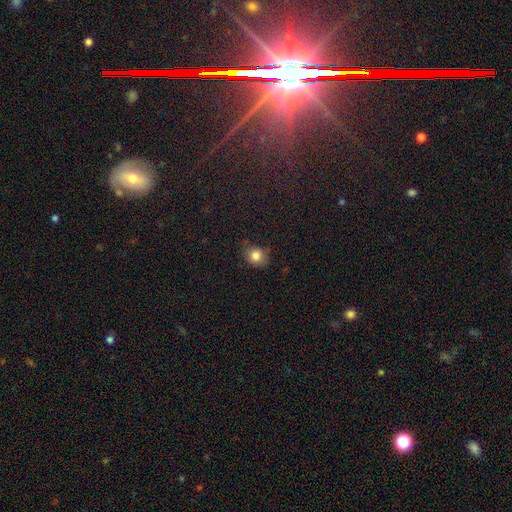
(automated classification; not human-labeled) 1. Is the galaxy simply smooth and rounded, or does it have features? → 83% smooth, 11% star or artifact, 6% featured or disk.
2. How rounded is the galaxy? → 63% round, 36% in between, 1% cigar-shaped.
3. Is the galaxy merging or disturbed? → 72% none, 22% minor disturbance, 4% major disturbance, 2% merger.